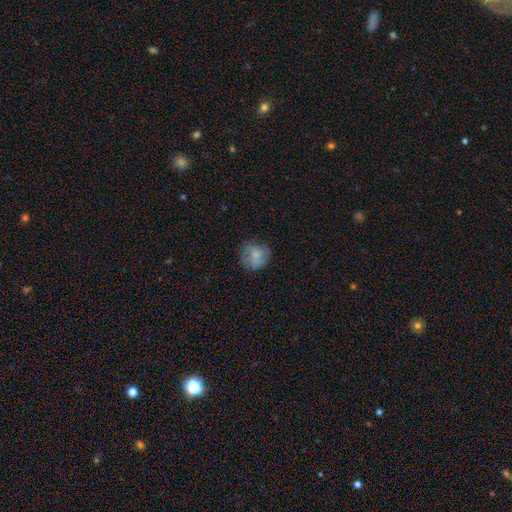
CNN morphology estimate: Q: Smooth or featured?
A: smooth (66%); runner-up: featured or disk (25%)
Q: How rounded?
A: round (81%); runner-up: in between (18%)
Q: Merging?
A: none (68%); runner-up: minor disturbance (21%)